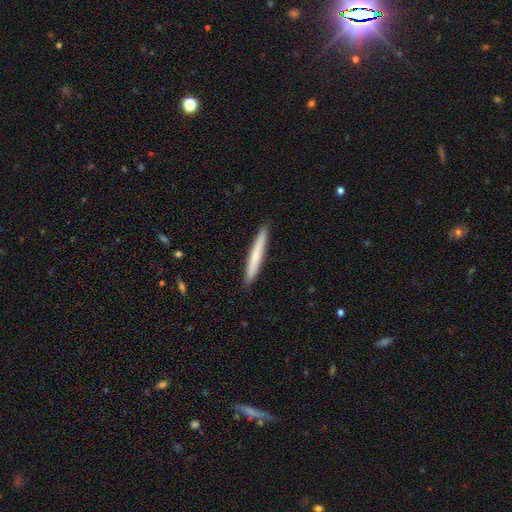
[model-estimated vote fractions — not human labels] This is likely a smooth galaxy (67%). How rounded: clearly cigar-shaped (96%). Merging: clearly none (92%).